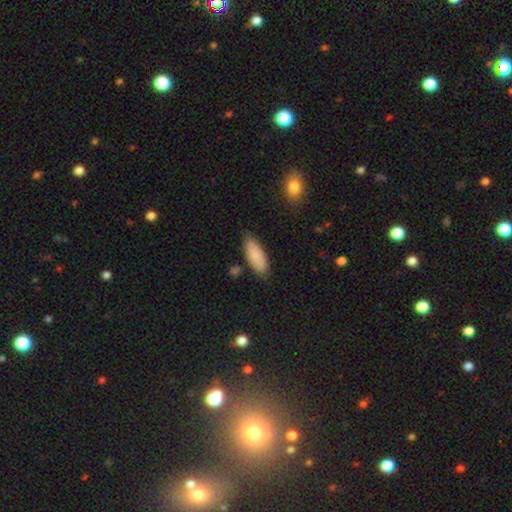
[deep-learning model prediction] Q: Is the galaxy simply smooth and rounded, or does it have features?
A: smooth — 88%.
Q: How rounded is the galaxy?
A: in between — 76%.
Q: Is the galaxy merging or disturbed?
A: none — 82%.